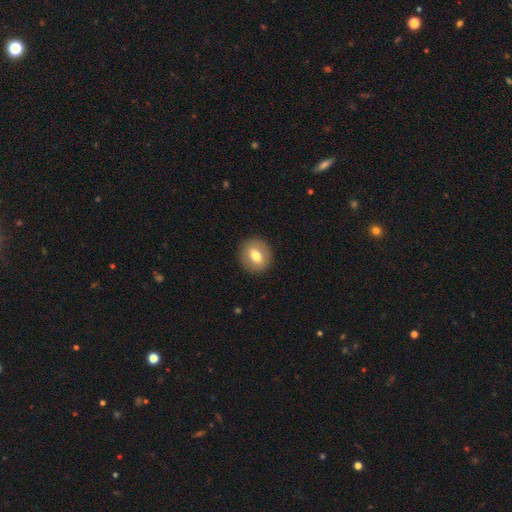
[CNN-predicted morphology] A smooth galaxy with no disk features (68%) that is round (75%).

Vote fractions:
- Smooth or featured? smooth: 68% / featured or disk: 24% / star or artifact: 8%
- How rounded? round: 75% / in between: 24% / cigar-shaped: 1%
- Merging? none: 90% / minor disturbance: 7% / major disturbance: 2% / merger: 1%